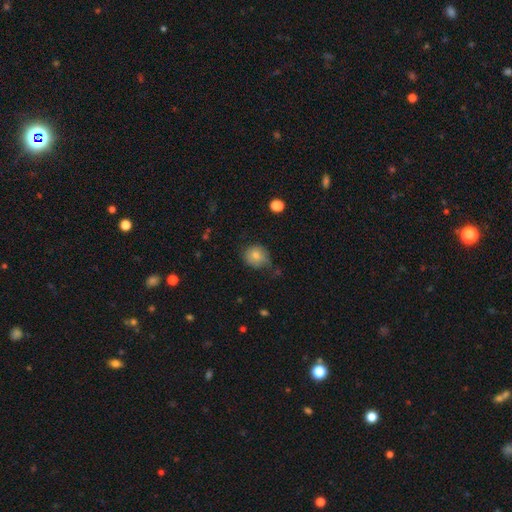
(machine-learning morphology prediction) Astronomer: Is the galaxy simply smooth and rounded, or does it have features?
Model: smooth — 79%.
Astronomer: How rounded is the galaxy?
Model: round — 81%.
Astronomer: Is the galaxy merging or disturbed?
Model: none — 61%.